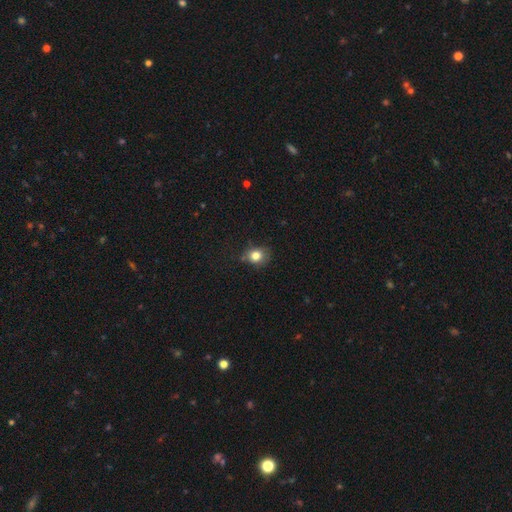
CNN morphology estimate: A smooth galaxy with no disk features (80%) that is round (70%). Merging: none (69%).